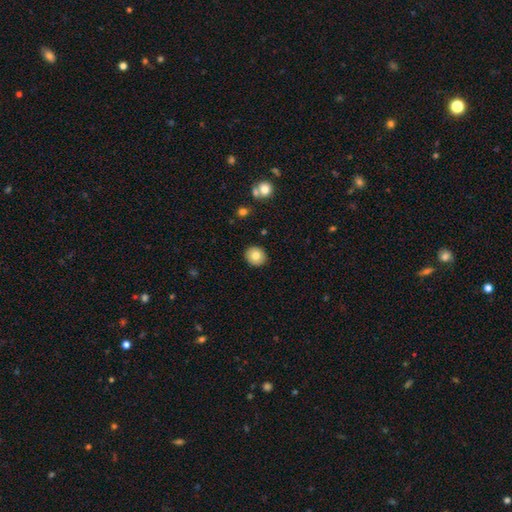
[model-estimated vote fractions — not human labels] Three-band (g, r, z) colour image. It shows a smooth galaxy with no disk features (80%) that is round (83%). Merging: none (91%).